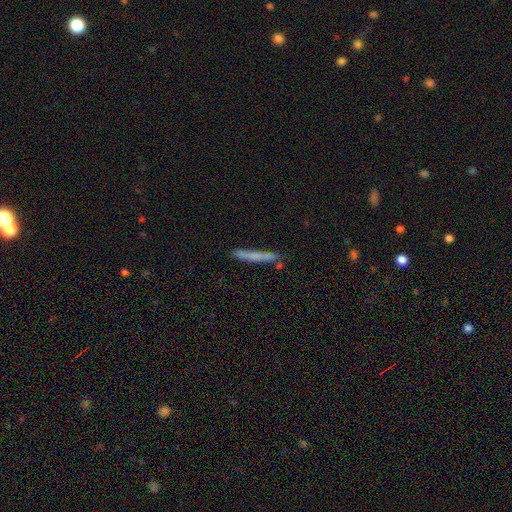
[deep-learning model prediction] This appears to be a smooth galaxy with no disk features (66%) that is cigar-shaped (96%). Merging: none (80%).